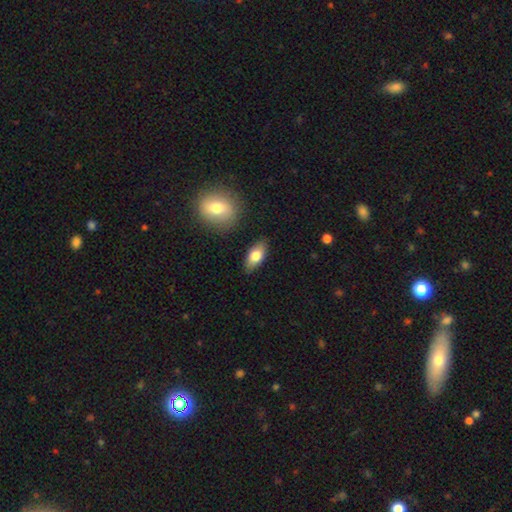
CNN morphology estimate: Q: Smooth or featured?
A: smooth (75%); runner-up: featured or disk (19%)
Q: How rounded?
A: in between (87%); runner-up: cigar-shaped (9%)
Q: Merging?
A: none (85%); runner-up: minor disturbance (10%)